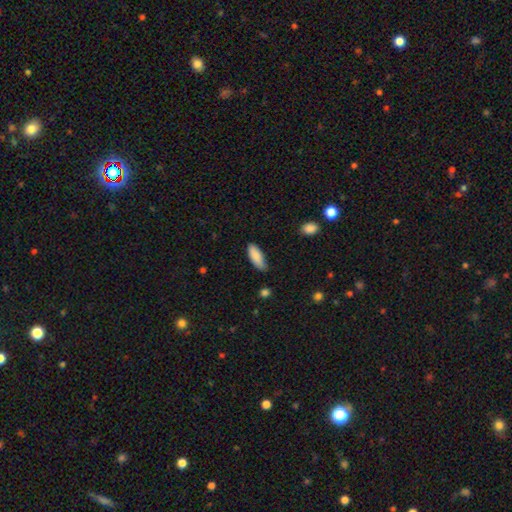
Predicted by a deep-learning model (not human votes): A smooth galaxy with no disk features (87%) that is in between round and cigar-shaped (73%).

Vote fractions:
- Smooth or featured? smooth: 87% / featured or disk: 7% / star or artifact: 6%
- How rounded? in between: 73% / cigar-shaped: 26% / round: 2%
- Merging? none: 74% / minor disturbance: 21% / major disturbance: 3% / merger: 2%